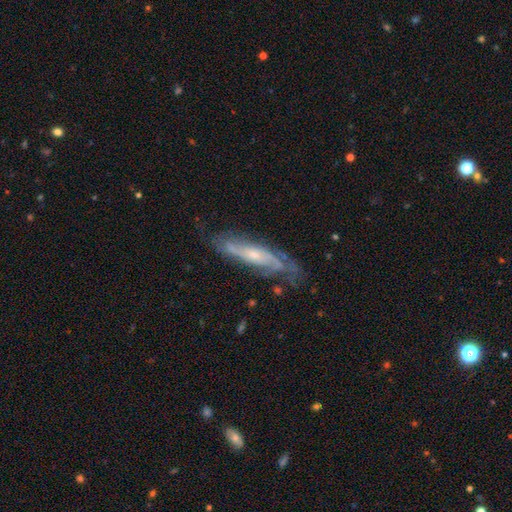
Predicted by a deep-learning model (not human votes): Smooth or featured?
  - featured or disk: 76% *
  - smooth: 16%
  - star or artifact: 8%
Edge-on disk?
  - no: 62% *
  - yes: 38%
Merging?
  - none: 71% *
  - minor disturbance: 20%
  - major disturbance: 7%
  - merger: 2%